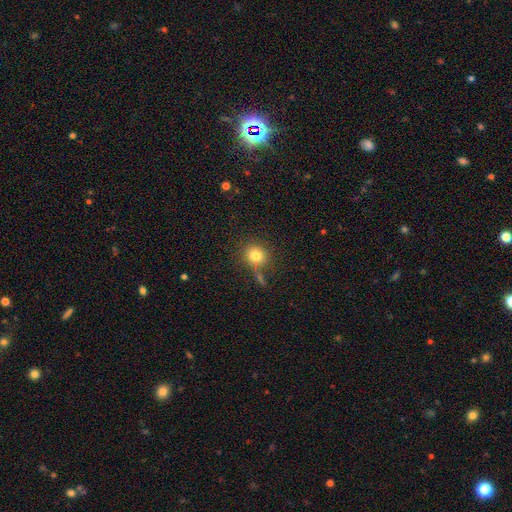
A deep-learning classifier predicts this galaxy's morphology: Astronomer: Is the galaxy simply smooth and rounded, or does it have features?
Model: smooth — 79%.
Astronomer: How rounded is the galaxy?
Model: round — 83%.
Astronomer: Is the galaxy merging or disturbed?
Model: none — 66%.